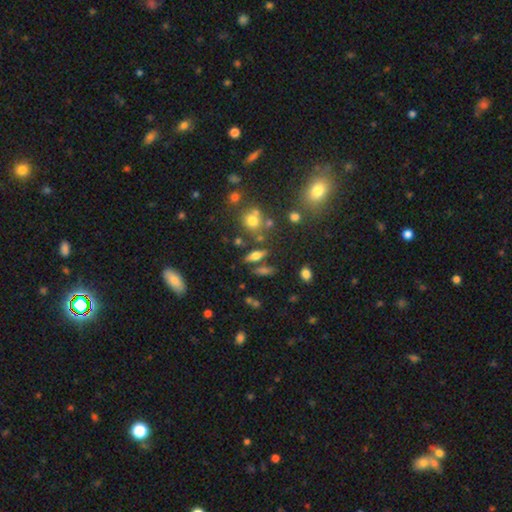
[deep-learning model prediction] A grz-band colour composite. It shows a smooth galaxy with no disk features (58%) that is in between round and cigar-shaped (56%). Merging: none (71%).